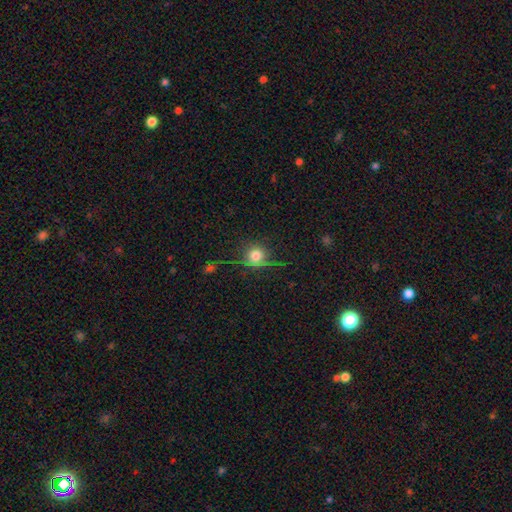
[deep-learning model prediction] Smooth or featured?
  - smooth: 72% *
  - star or artifact: 15%
  - featured or disk: 14%
How rounded?
  - round: 91% *
  - in between: 7%
  - cigar-shaped: 1%
Merging?
  - none: 71% *
  - minor disturbance: 18%
  - major disturbance: 9%
  - merger: 2%